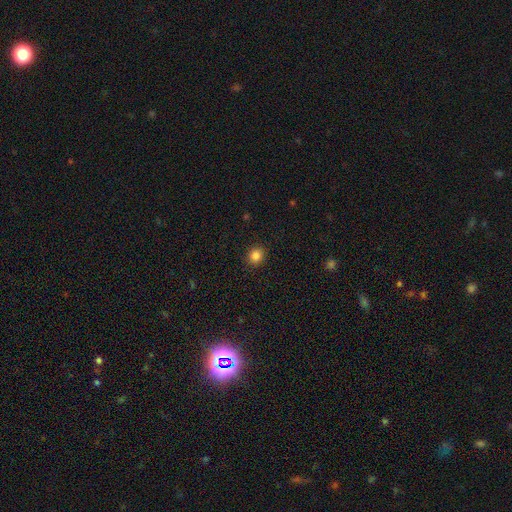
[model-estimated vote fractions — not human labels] A smooth galaxy with no disk features (85%) that is round (80%). Merging: none (91%).